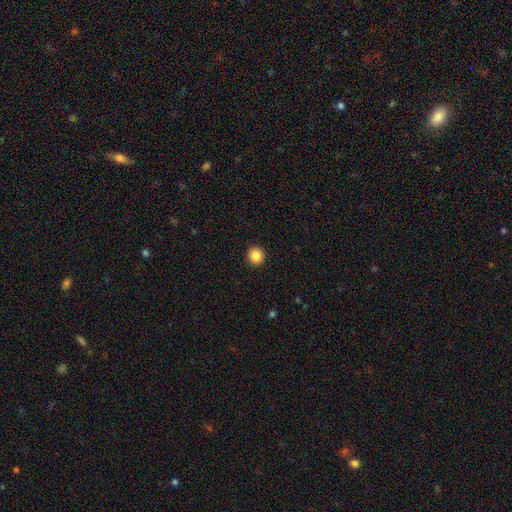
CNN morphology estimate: A smooth galaxy with no disk features (85%) that is round (93%).

Vote fractions:
- Smooth or featured? smooth: 85% / star or artifact: 10% / featured or disk: 5%
- How rounded? round: 93% / in between: 6% / cigar-shaped: 1%
- Merging? none: 94% / minor disturbance: 4% / major disturbance: 2% / merger: 1%